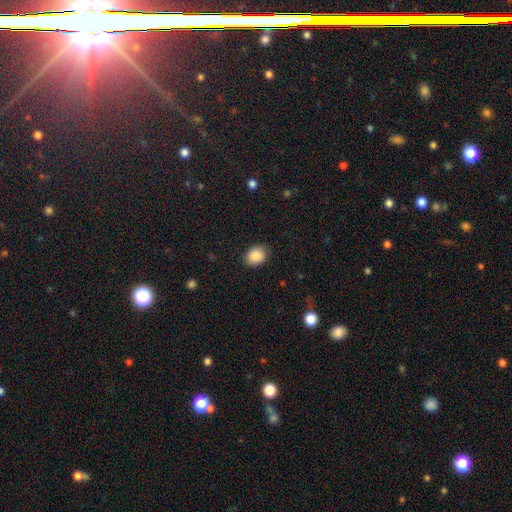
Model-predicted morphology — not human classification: Smooth or featured?
  - smooth: 89% *
  - star or artifact: 8%
  - featured or disk: 4%
How rounded?
  - in between: 60% *
  - round: 40%
  - cigar-shaped: 1%
Merging?
  - none: 82% *
  - minor disturbance: 13%
  - major disturbance: 3%
  - merger: 1%